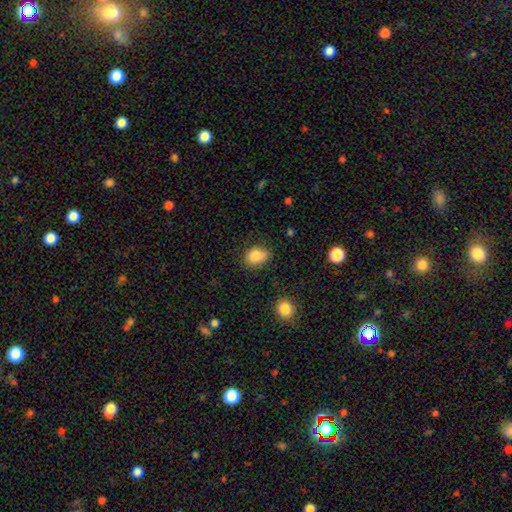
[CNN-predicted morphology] smooth_or_featured: smooth (p=0.85) [alt: star or artifact p=0.09]
how_rounded: in between (p=0.70) [alt: round p=0.29]
merging: none (p=0.68) [alt: minor disturbance p=0.25]